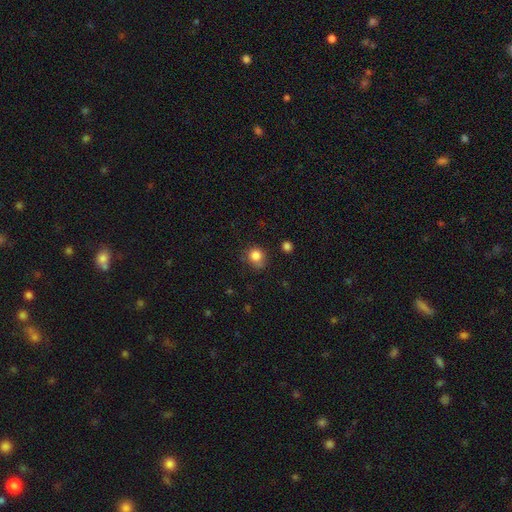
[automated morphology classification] Smooth or featured: smooth — 83% (star or artifact — 11%)
How rounded: round — 79% (in between — 20%)
Merging: none — 64% (minor disturbance — 26%)